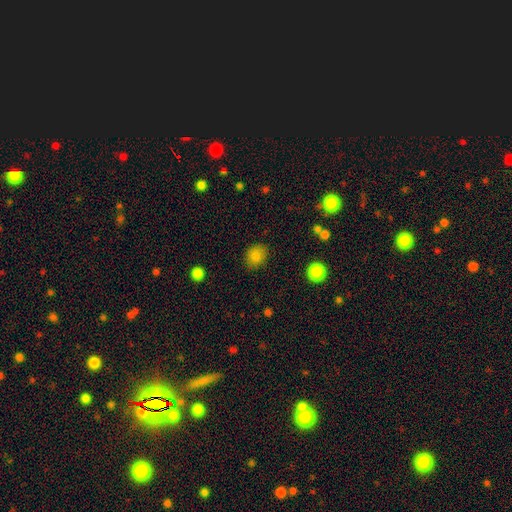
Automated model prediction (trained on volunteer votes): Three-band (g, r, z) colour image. It shows a smooth galaxy with no disk features (84%) that is round (59%). Merging: none (82%).